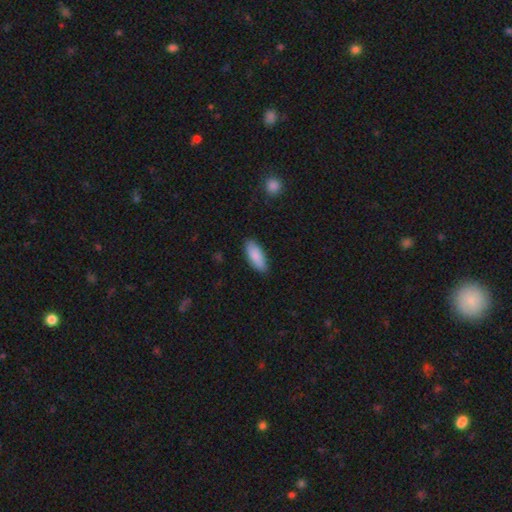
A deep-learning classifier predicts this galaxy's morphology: Overall: smooth (88%). How rounded: in between (74%). Merging: none (86%).